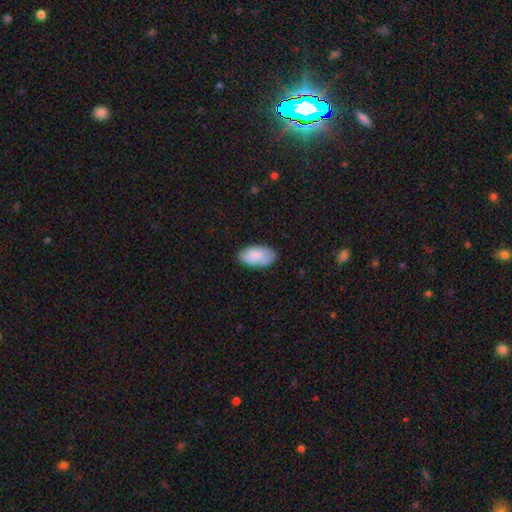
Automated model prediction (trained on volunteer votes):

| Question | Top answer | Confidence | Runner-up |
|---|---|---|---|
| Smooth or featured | smooth | 84% | featured or disk (10%) |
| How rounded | in between | 95% | round (3%) |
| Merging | none | 76% | minor disturbance (19%) |